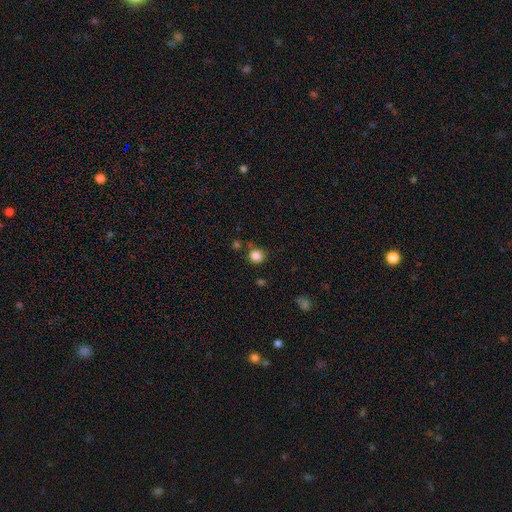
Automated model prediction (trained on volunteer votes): This appears to be a smooth galaxy with no disk features (84%) that is round (90%). Merging: none (78%).